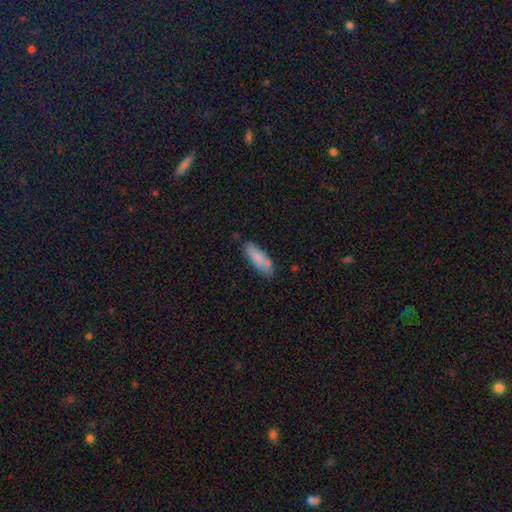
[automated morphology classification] This is likely a smooth galaxy (80%). How rounded: possibly cigar-shaped (50%). Merging: likely none (75%).